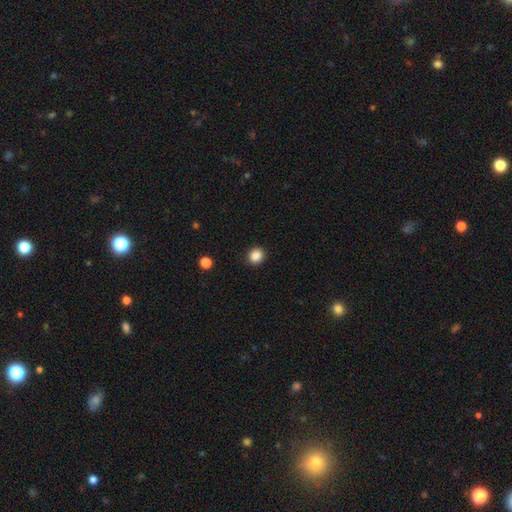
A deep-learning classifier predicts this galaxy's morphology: Overall: smooth (87%). How rounded: round (74%). Merging: none (89%).